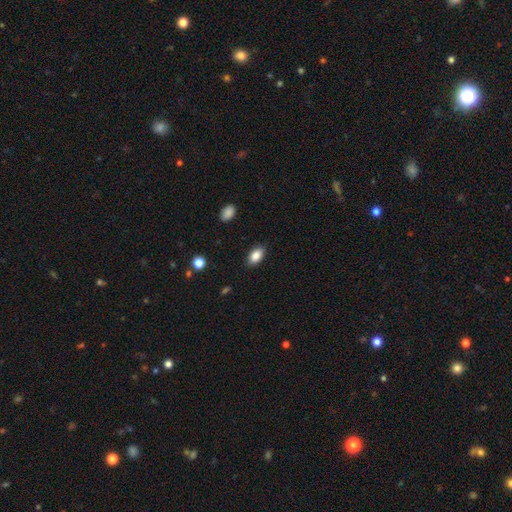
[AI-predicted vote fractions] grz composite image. It shows a smooth galaxy with no disk features (86%) that is in between round and cigar-shaped (91%). Merging: none (86%).